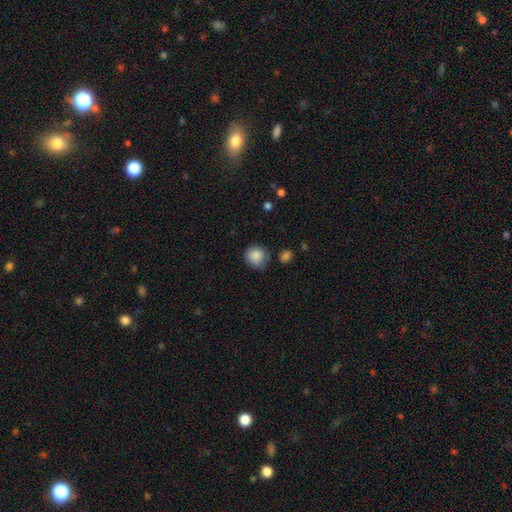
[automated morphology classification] Smooth or featured: smooth — 87% (star or artifact — 8%)
How rounded: round — 88% (in between — 11%)
Merging: none — 72% (minor disturbance — 19%)